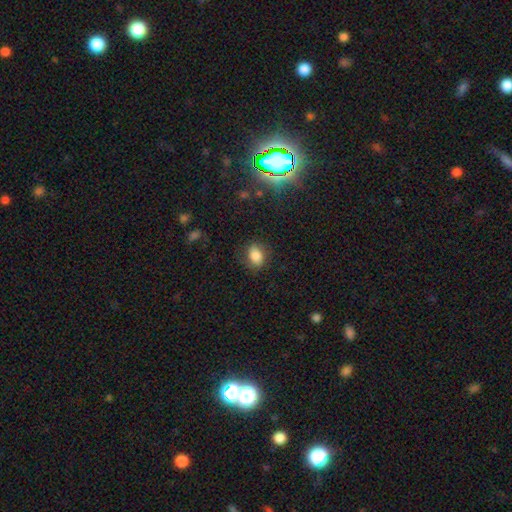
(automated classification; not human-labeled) smooth 82%, star or artifact 10%, featured or disk 9%. Down the decision tree: how rounded — in between (65%); merging — none (77%).